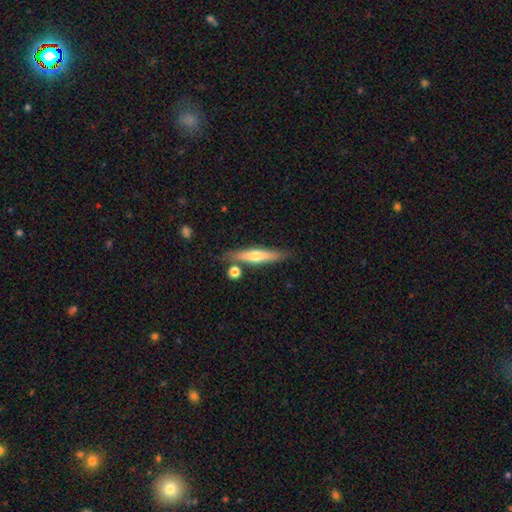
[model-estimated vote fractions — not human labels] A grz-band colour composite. It shows a featured or disk galaxy (52%) viewed edge-on (93%). Merging: none (78%).